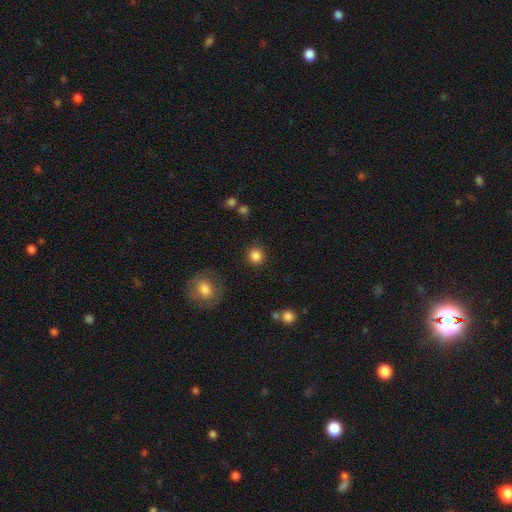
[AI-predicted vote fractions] The model was most divided on "smooth or featured": smooth: 85%, star or artifact: 11%, featured or disk: 4%. More confident: how rounded — round (90%); merging — none (89%).